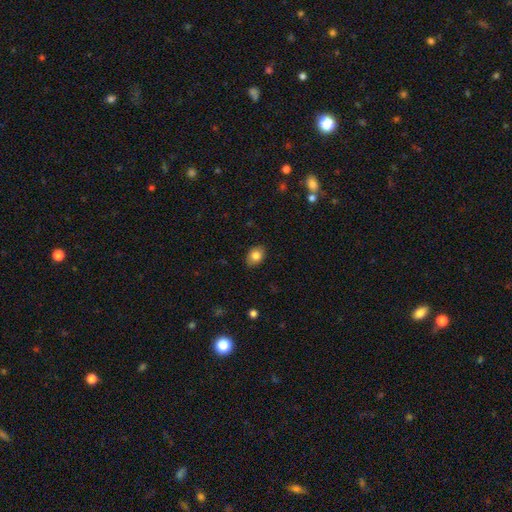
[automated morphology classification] Q: Smooth or featured?
A: smooth (83%); runner-up: star or artifact (9%)
Q: How rounded?
A: in between (68%); runner-up: round (31%)
Q: Merging?
A: none (86%); runner-up: minor disturbance (10%)